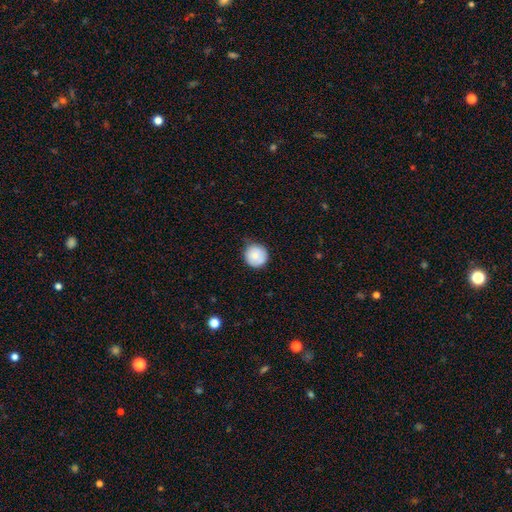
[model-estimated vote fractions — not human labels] Smooth or featured? Predicted: smooth (p=0.80). How rounded? Predicted: round (p=0.94). Merging? Predicted: none (p=0.70).